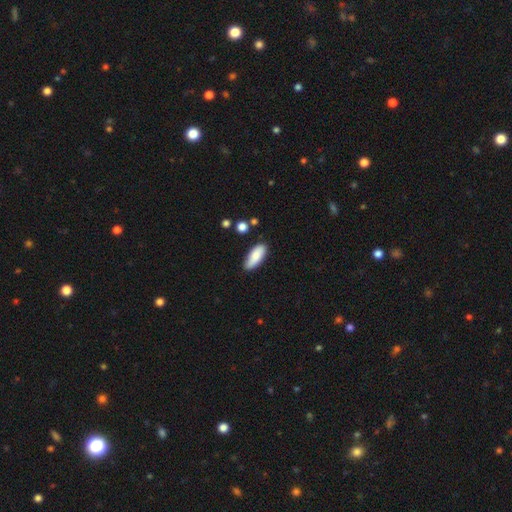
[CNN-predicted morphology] type=smooth (82%); roundness=in between (77%); merging=none (81%).